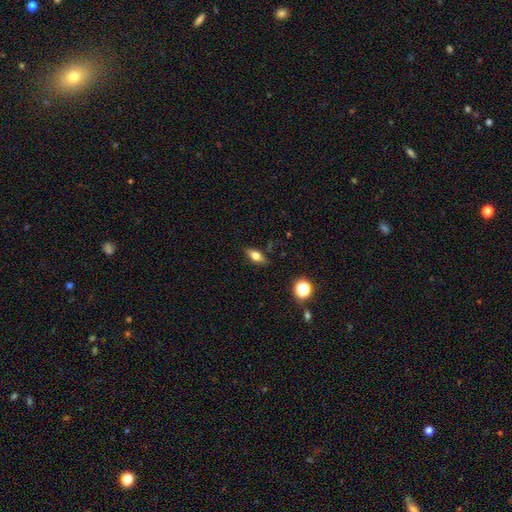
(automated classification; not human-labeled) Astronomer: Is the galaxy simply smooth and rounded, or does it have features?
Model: smooth — 59%.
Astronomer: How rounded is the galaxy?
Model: in between — 71%.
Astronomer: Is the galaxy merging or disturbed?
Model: none — 83%.